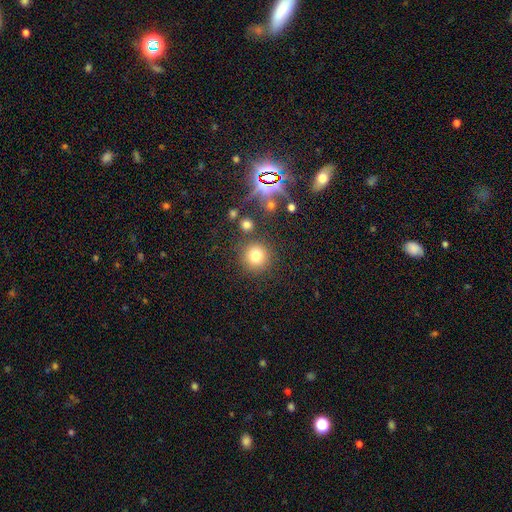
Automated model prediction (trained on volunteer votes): Smooth or featured?
  - smooth: 75% *
  - star or artifact: 16%
  - featured or disk: 9%
How rounded?
  - round: 94% *
  - in between: 5%
  - cigar-shaped: 1%
Merging?
  - none: 83% *
  - minor disturbance: 8%
  - merger: 5%
  - major disturbance: 4%